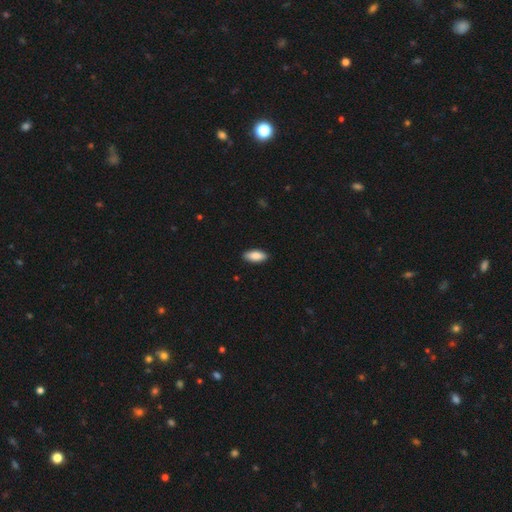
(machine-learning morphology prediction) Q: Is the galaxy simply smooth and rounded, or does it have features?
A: smooth — 87%.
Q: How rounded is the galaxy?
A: in between — 85%.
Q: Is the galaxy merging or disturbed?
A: none — 90%.